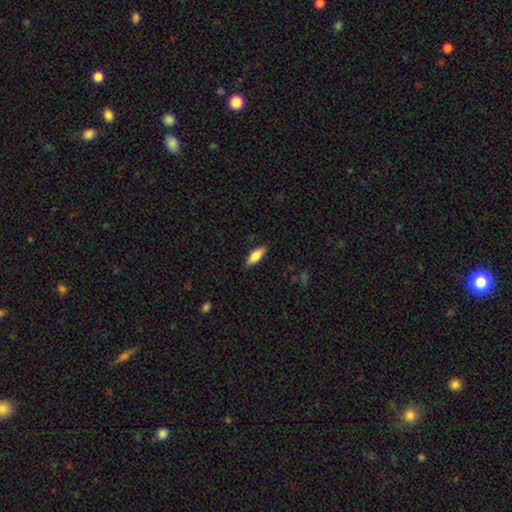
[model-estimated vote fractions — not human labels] Morphology: type=smooth (79%); roundness=in between (73%); merging=none (87%).